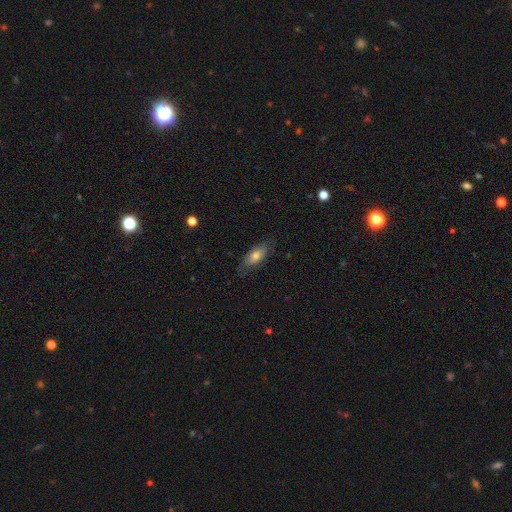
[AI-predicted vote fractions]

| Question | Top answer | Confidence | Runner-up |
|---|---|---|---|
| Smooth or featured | smooth | 70% | featured or disk (23%) |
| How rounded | in between | 79% | cigar-shaped (19%) |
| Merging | none | 76% | minor disturbance (19%) |